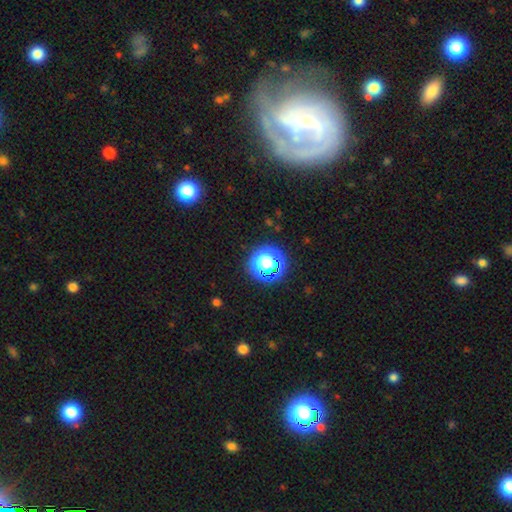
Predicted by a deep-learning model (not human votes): featured or disk 61%, smooth 20%, star or artifact 19%. Down the decision tree: edge-on disk — no (94%); bar — no (41%); spiral arms — yes (82%); bulge size — small (60%); merging — none (68%).